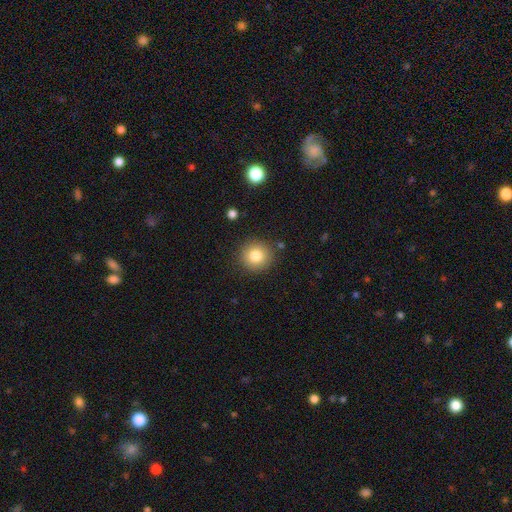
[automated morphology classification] Smooth or featured? Predicted: smooth (p=0.82). How rounded? Predicted: round (p=0.92). Merging? Predicted: none (p=0.88).